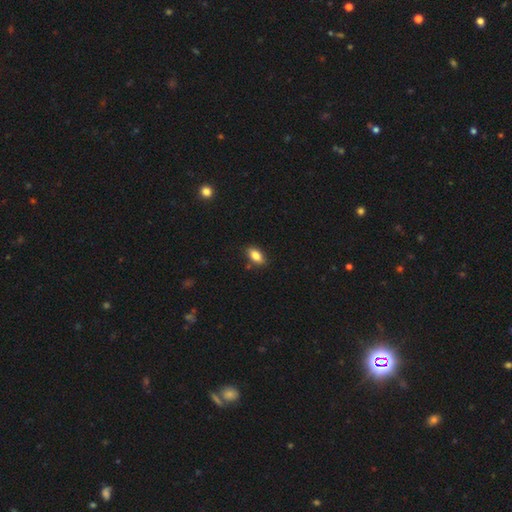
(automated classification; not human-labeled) Overall: smooth (82%). How rounded: in between (89%). Merging: none (83%).